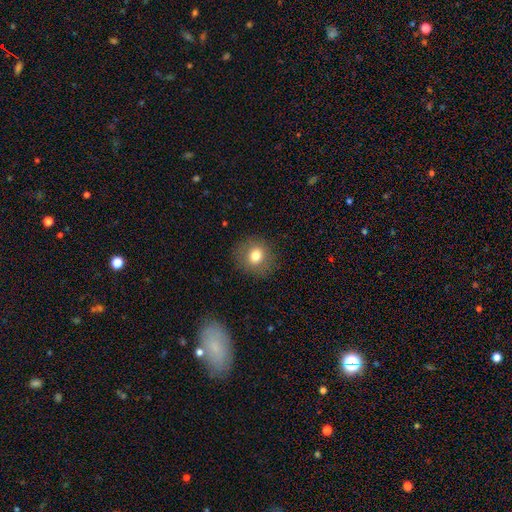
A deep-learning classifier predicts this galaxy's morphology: smooth-or-featured: smooth: 77% | featured or disk: 12% | star or artifact: 11%
  how-rounded: round: 81% | in between: 18% | cigar-shaped: 1%
  merging: none: 87% | minor disturbance: 9% | major disturbance: 3% | merger: 1%